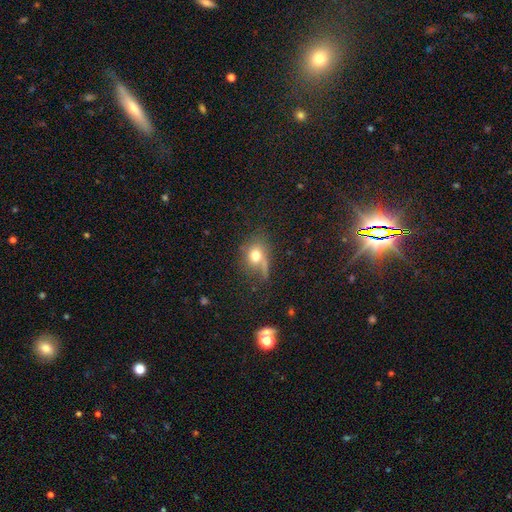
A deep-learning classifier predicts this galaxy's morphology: smooth 68%, featured or disk 17%, star or artifact 15%. Down the decision tree: how rounded — round (57%); merging — none (50%).